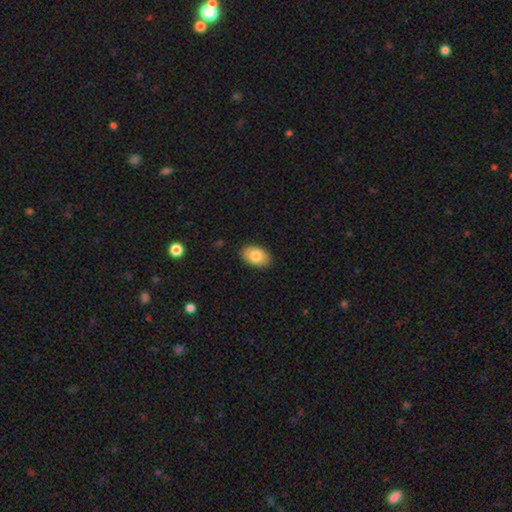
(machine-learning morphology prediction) This appears to be a smooth galaxy with no disk features (83%) that is in between round and cigar-shaped (90%). Merging: none (88%).